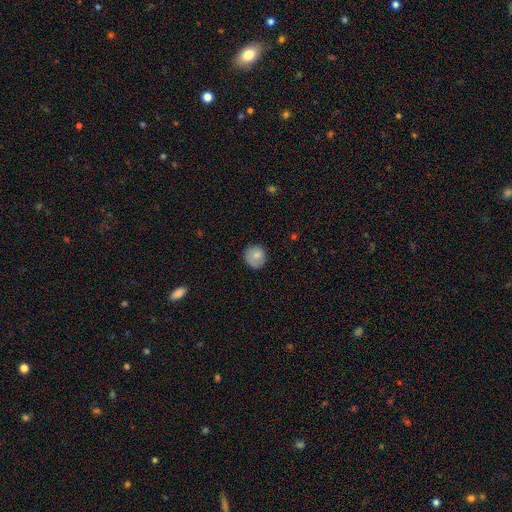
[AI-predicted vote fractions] Smooth or featured? Predicted: smooth (p=0.82). How rounded? Predicted: round (p=0.90). Merging? Predicted: none (p=0.82).